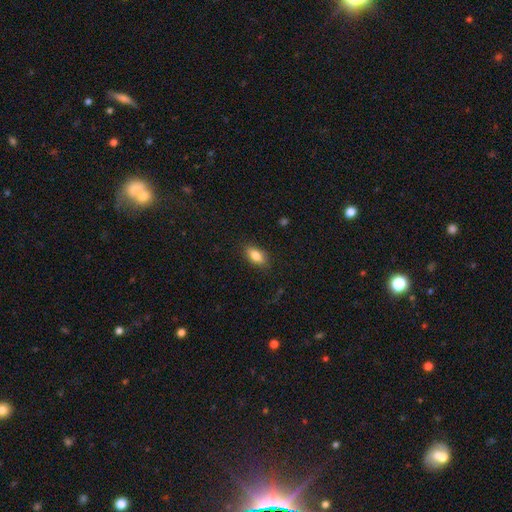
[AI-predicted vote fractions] Overall: smooth (84%). How rounded: in between (87%). Merging: none (85%).